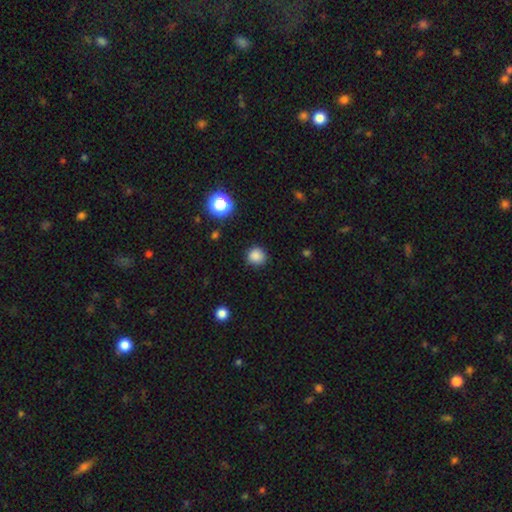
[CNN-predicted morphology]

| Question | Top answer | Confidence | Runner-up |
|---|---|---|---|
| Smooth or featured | smooth | 84% | star or artifact (12%) |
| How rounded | round | 90% | in between (9%) |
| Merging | none | 86% | minor disturbance (10%) |